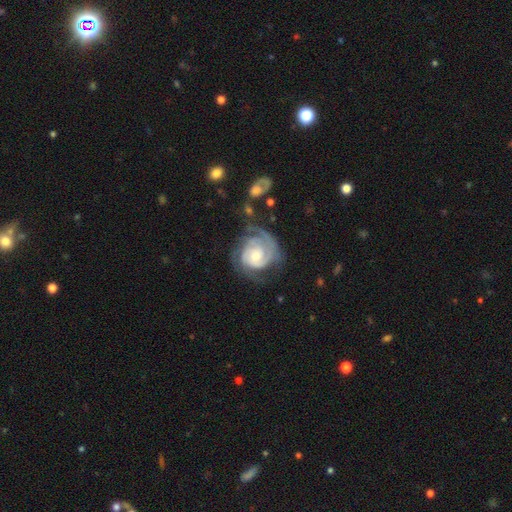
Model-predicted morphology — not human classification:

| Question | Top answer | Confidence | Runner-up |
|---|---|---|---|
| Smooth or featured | featured or disk | 85% | smooth (10%) |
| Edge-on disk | no | 98% | yes (2%) |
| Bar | no | 69% | weak (26%) |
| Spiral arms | yes | 96% | no (4%) |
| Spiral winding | tight | 67% | medium (26%) |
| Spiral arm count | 2 | 35% | can't tell (24%) |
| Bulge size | moderate | 46% | small (44%) |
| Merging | none | 56% | minor disturbance (21%) |